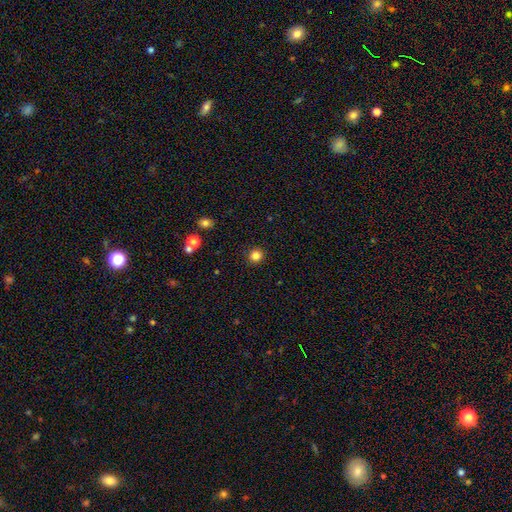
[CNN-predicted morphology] This appears to be a smooth galaxy with no disk features (83%) that is round (93%). Merging: none (91%).